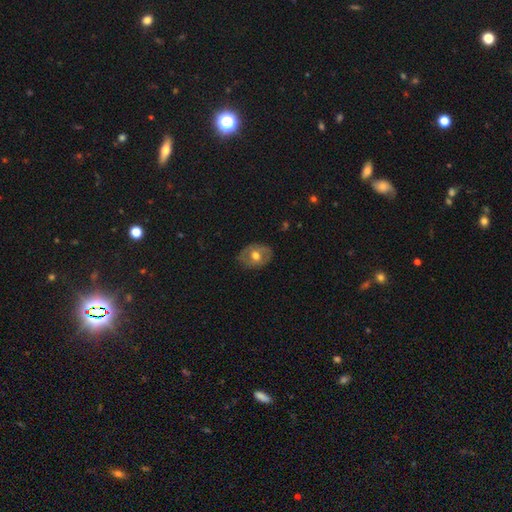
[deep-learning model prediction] featured or disk 49%, smooth 44%, star or artifact 7%. Down the decision tree: merging — none (78%).